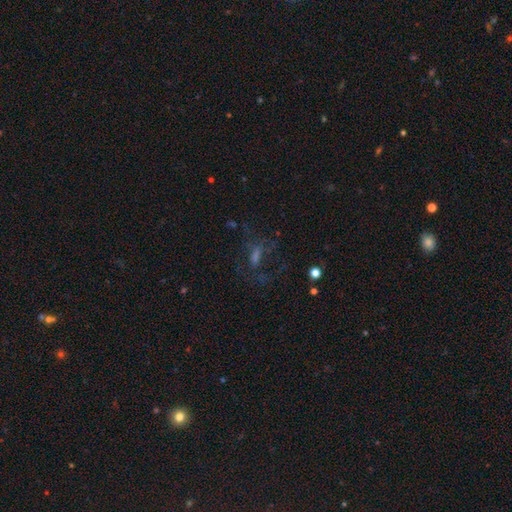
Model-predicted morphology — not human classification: Smooth or featured: featured or disk — 42% (star or artifact — 31%)
Merging: none — 53% (major disturbance — 28%)